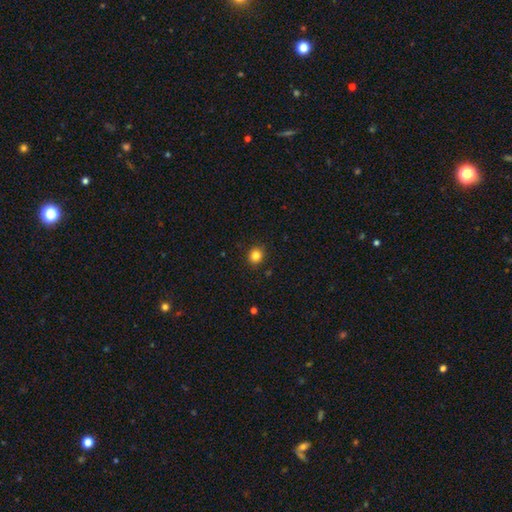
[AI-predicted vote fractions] Morphology: type=smooth (83%); roundness=round (79%); merging=none (90%).